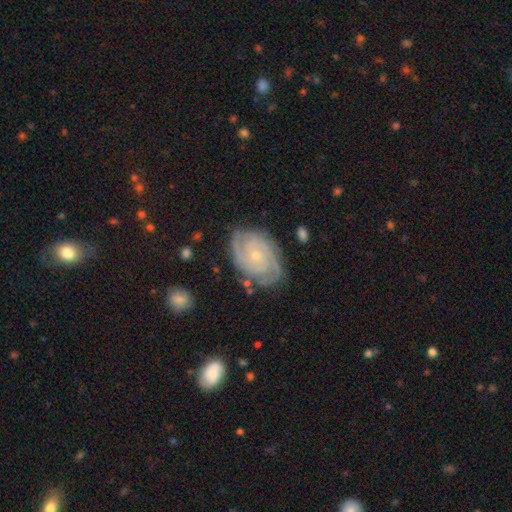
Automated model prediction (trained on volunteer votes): This appears to be a featured or disk galaxy (89%) with no bar (74%), 2 (51%) tight (77%) spiral arms (98%) and a small central bulge (75%). Merging: none (80%).